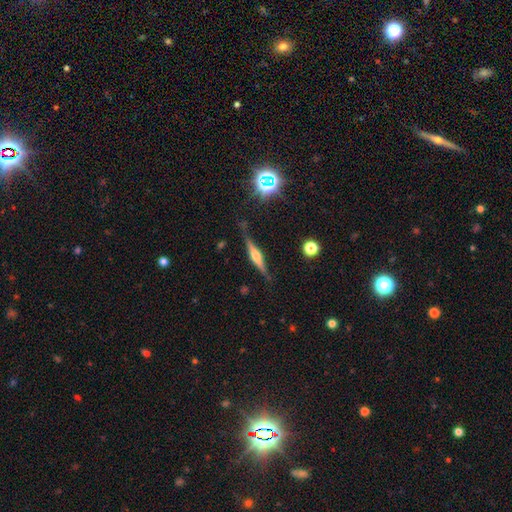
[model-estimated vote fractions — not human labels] This appears to be a featured or disk galaxy (73%) viewed edge-on (97%) with a rounded central bulge (81%). Merging: none (84%).